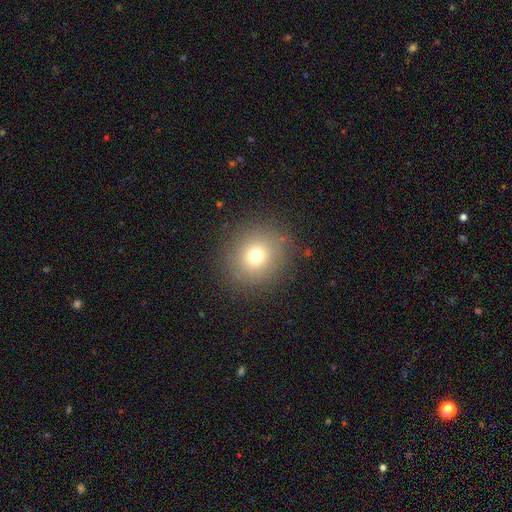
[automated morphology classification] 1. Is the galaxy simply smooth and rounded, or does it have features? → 72% smooth, 16% star or artifact, 12% featured or disk.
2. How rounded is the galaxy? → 88% round, 11% in between, 1% cigar-shaped.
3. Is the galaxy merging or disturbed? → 87% none, 7% minor disturbance, 4% major disturbance, 1% merger.